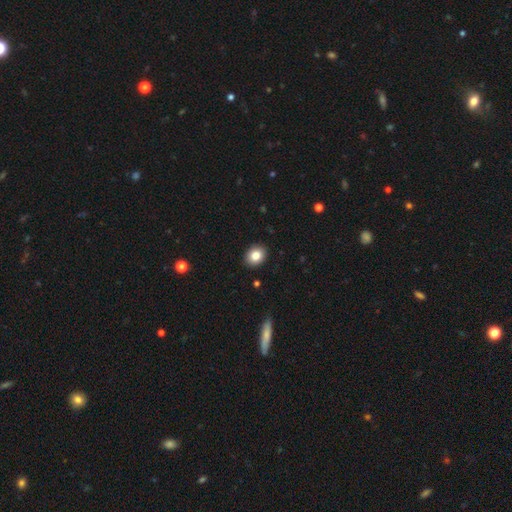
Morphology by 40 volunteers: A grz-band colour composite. It shows a smooth galaxy with no disk features (92%) that is round (54%). Merging: none (92%).